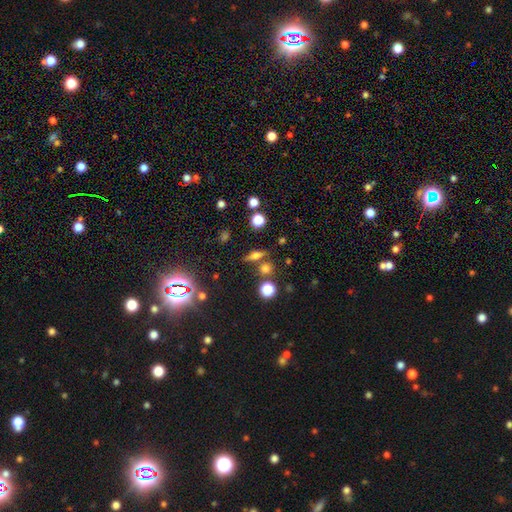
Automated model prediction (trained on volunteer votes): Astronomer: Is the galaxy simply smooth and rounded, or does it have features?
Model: smooth — 44% (runner-up: featured or disk, 37%).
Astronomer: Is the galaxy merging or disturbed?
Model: none — 74%.